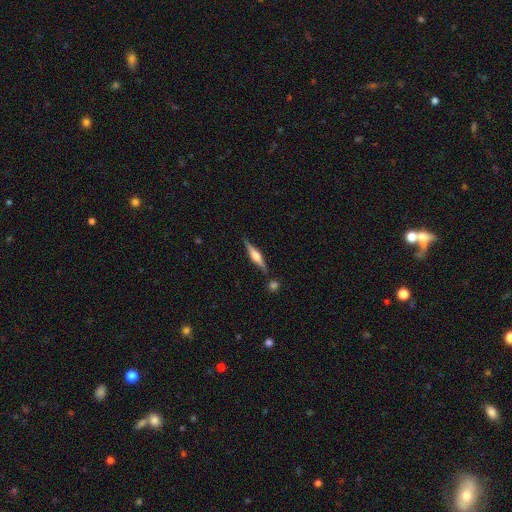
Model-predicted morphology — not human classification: A featured or disk galaxy (69%) viewed edge-on (97%) with a rounded central bulge (82%). Merging: none (82%).